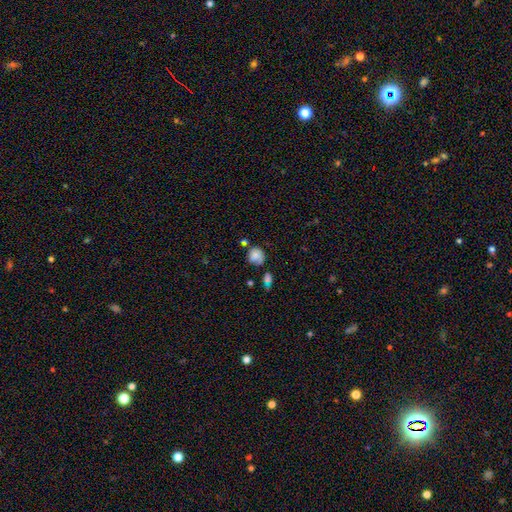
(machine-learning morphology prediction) This is likely a smooth galaxy (75%). How rounded: likely round (74%). Merging: possibly none (52%).